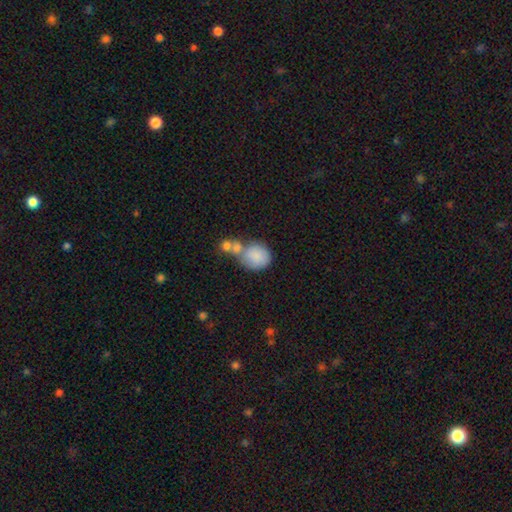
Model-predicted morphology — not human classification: smooth-or-featured: smooth: 78% | featured or disk: 14% | star or artifact: 7%
  how-rounded: round: 76% | in between: 23% | cigar-shaped: 1%
  merging: merger: 47% | none: 30% | minor disturbance: 14% | major disturbance: 8%